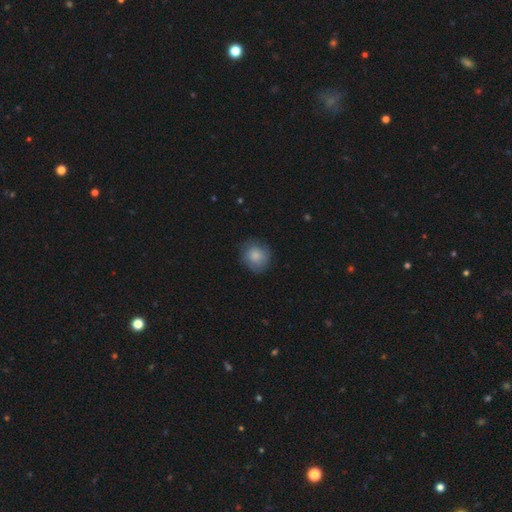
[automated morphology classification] smooth_or_featured: smooth (p=0.83) [alt: featured or disk p=0.10]
how_rounded: round (p=0.83) [alt: in between p=0.16]
merging: none (p=0.77) [alt: minor disturbance p=0.17]